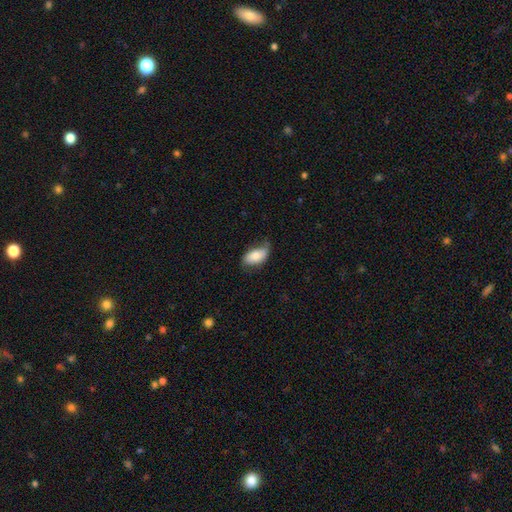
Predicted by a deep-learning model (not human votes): Smooth or featured? Predicted: smooth (p=0.72). How rounded? Predicted: in between (p=0.93). Merging? Predicted: none (p=0.50).